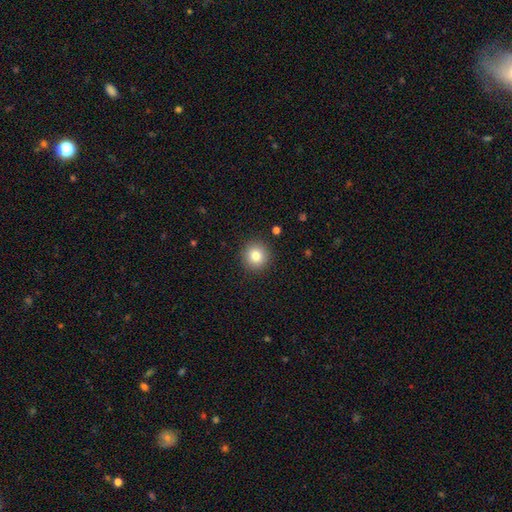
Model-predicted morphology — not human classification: type=smooth (82%); roundness=round (94%); merging=none (91%).